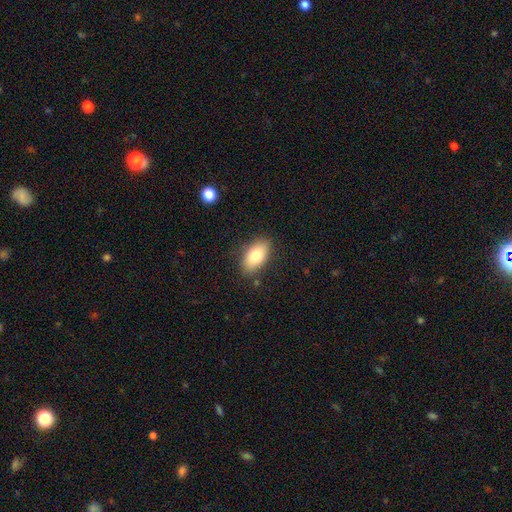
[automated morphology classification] This is likely a smooth galaxy (79%). How rounded: clearly in between (92%). Merging: clearly none (84%).